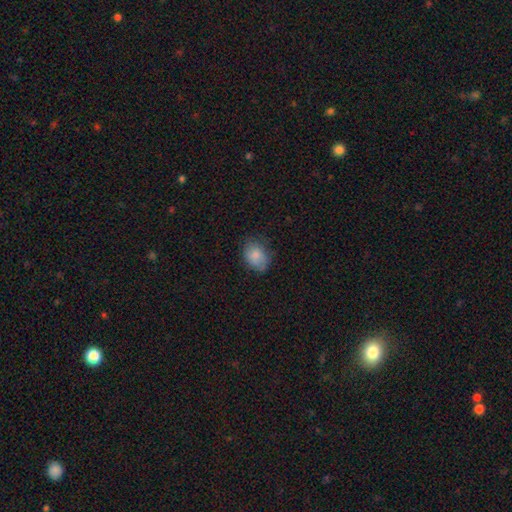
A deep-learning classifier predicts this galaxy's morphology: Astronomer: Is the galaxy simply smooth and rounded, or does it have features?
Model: smooth — 82%.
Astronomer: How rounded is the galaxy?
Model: in between — 70%.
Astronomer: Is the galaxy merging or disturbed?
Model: none — 69%.